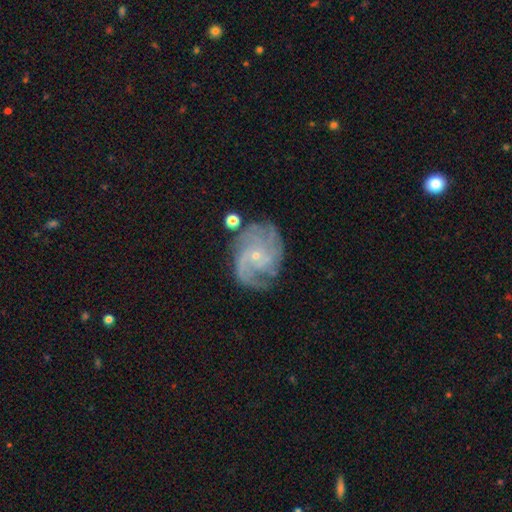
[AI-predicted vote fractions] Morphology: type=featured or disk (85%); edge-on=no (98%); bar=no (70%); spiral arms=yes (96%); winding=tight (43%); arm count=can't tell (26%); bulge=small (82%); merging=none (66%).